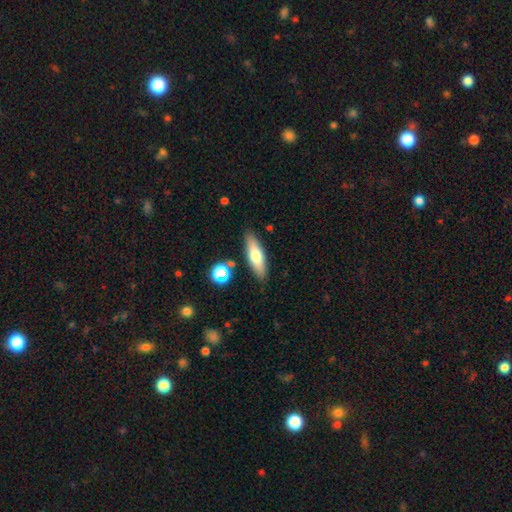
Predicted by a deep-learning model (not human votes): A smooth galaxy with no disk features (64%) that is cigar-shaped (54%).

Vote fractions:
- Smooth or featured? smooth: 64% / featured or disk: 29% / star or artifact: 7%
- How rounded? cigar-shaped: 54% / in between: 44% / round: 3%
- Merging? none: 85% / minor disturbance: 9% / merger: 3% / major disturbance: 2%